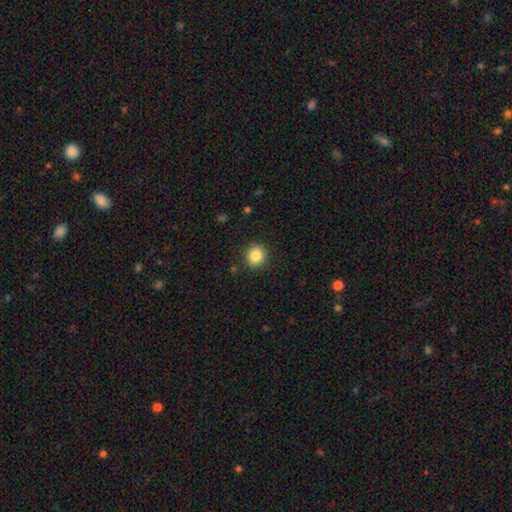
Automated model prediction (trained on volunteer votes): Smooth or featured: smooth — 85% (star or artifact — 10%)
How rounded: round — 87% (in between — 12%)
Merging: none — 90% (minor disturbance — 7%)